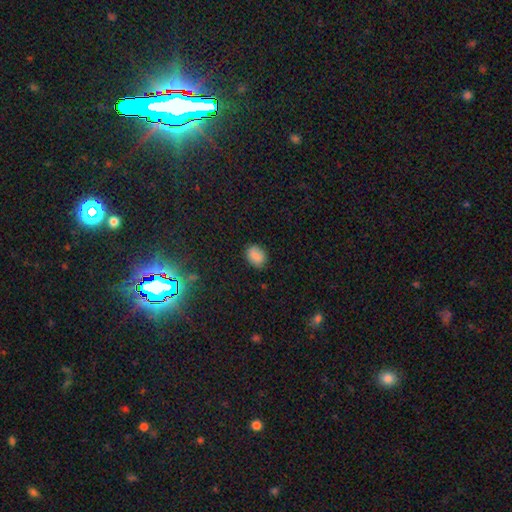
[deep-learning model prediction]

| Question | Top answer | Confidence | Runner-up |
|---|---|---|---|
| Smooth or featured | smooth | 86% | star or artifact (10%) |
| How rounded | in between | 62% | round (37%) |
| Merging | none | 84% | minor disturbance (13%) |